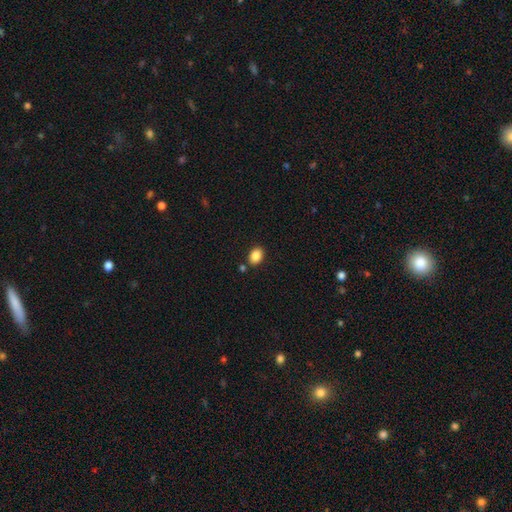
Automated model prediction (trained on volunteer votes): smooth 87%, star or artifact 9%, featured or disk 5%. Down the decision tree: how rounded — in between (77%); merging — none (82%).